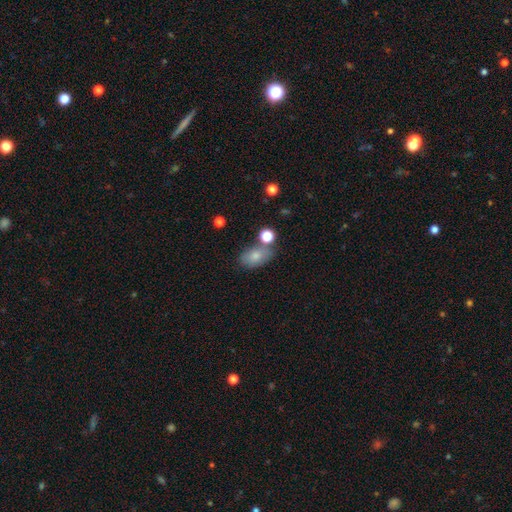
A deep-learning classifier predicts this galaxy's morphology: A smooth galaxy with no disk features (78%) that is in between round and cigar-shaped (86%). Merging: none (63%).